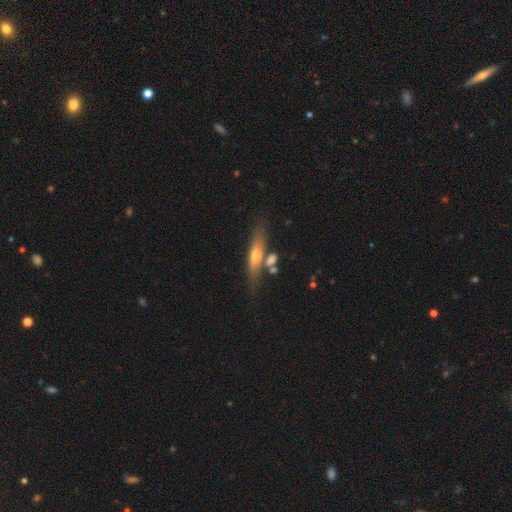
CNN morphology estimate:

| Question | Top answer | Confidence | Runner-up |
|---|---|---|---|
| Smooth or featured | featured or disk | 49% | smooth (44%) |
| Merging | none | 69% | minor disturbance (14%) |